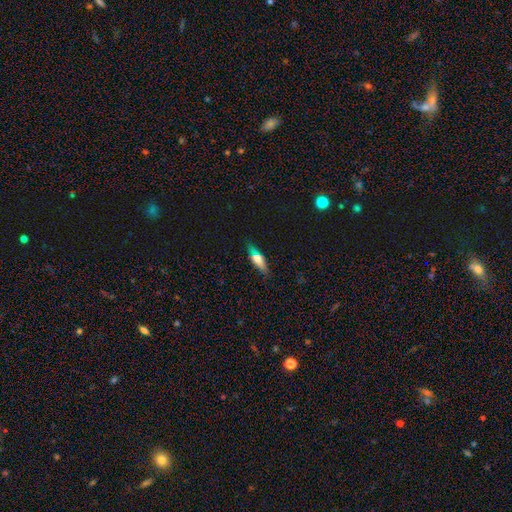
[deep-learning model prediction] Smooth or featured? smooth (59%)
How rounded? cigar-shaped (52%)
Merging? none (84%)